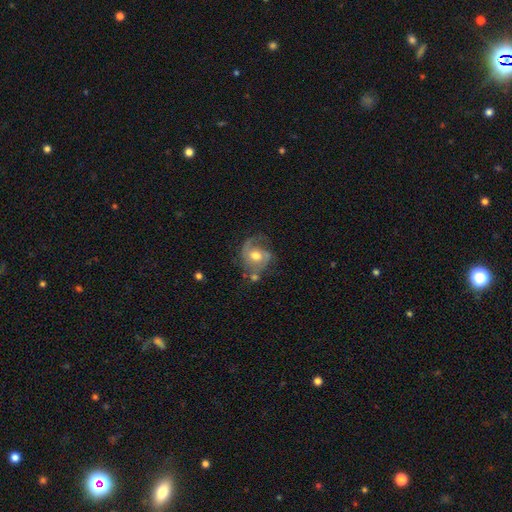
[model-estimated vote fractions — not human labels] Smooth or featured?
  - featured or disk: 72% *
  - smooth: 21%
  - star or artifact: 7%
Edge-on disk?
  - no: 97% *
  - yes: 3%
Bar?
  - no: 63% *
  - weak: 30%
  - strong: 7%
Spiral arms?
  - yes: 89% *
  - no: 11%
Spiral winding?
  - medium: 46% *
  - tight: 27%
  - loose: 26%
Spiral arm count?
  - 2: 65% *
  - 1: 20%
  - can't tell: 10%
  - 3: 4%
  - 4: 1%
  - more than 4: 1%
Bulge size?
  - moderate: 74% *
  - large: 12%
  - small: 11%
  - none: 1%
  - dominant: 1%
Merging?
  - none: 53% *
  - minor disturbance: 24%
  - major disturbance: 17%
  - merger: 7%